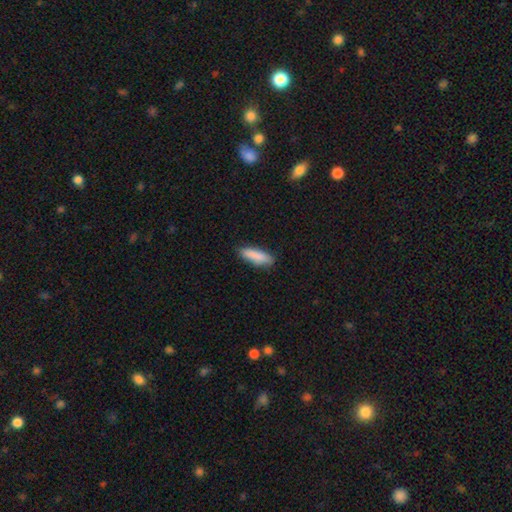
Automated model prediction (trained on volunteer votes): smooth 87%, featured or disk 6%, star or artifact 6%. Down the decision tree: how rounded — cigar-shaped (56%); merging — none (85%).